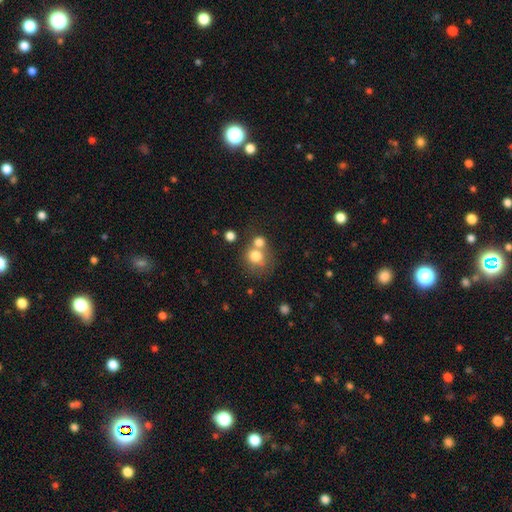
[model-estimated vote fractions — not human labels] This appears to be a smooth galaxy with no disk features (75%) that is round (77%). Merging: merger (44%).